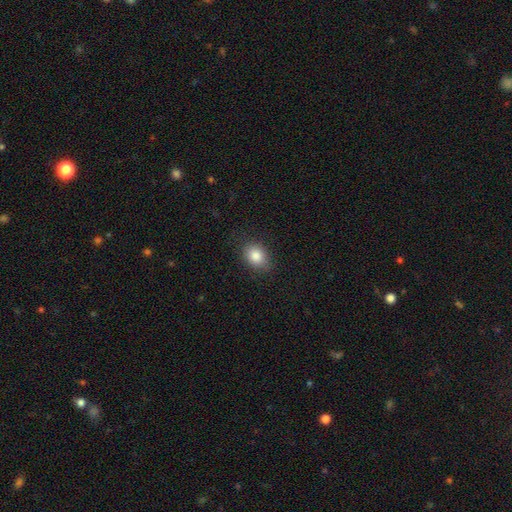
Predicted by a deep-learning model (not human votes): smooth-or-featured: smooth: 85% | star or artifact: 9% | featured or disk: 6%
  how-rounded: in between: 66% | round: 33% | cigar-shaped: 1%
  merging: none: 82% | minor disturbance: 14% | major disturbance: 4% | merger: 1%